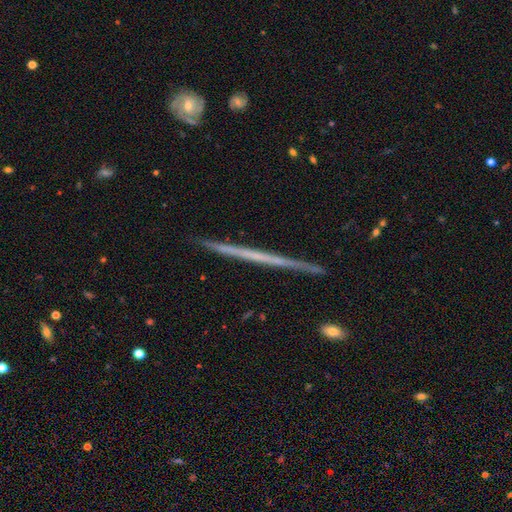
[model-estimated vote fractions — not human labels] A featured or disk galaxy (68%) viewed edge-on (98%) with no central bulge (91%). Merging: none (91%).